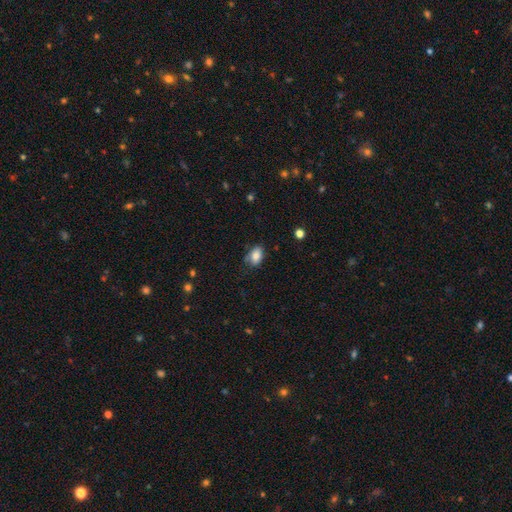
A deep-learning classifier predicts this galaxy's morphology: Smooth or featured? Predicted: smooth (p=0.82). How rounded? Predicted: in between (p=0.86). Merging? Predicted: none (p=0.65).